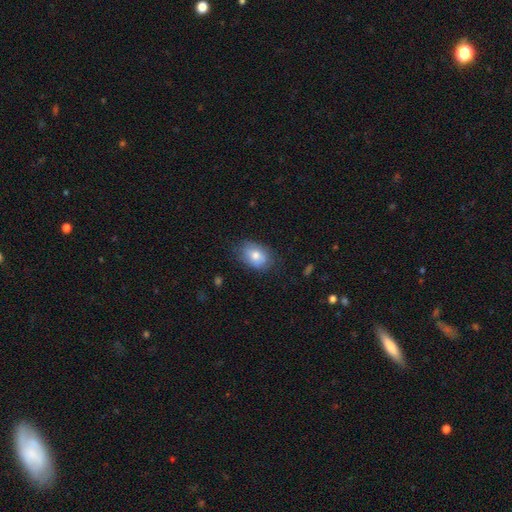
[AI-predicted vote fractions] smooth_or_featured: smooth (p=0.75) [alt: featured or disk p=0.17]
how_rounded: in between (p=0.79) [alt: round p=0.20]
merging: none (p=0.73) [alt: minor disturbance p=0.20]